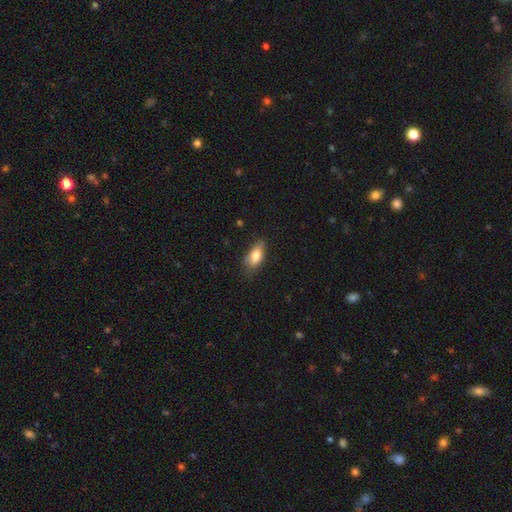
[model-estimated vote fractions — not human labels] Smooth or featured? smooth (81%)
How rounded? in between (87%)
Merging? none (71%)